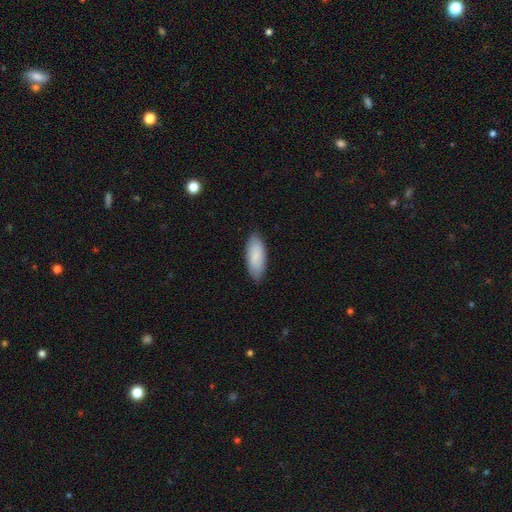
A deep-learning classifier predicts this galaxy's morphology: Smooth or featured? Predicted: smooth (p=0.83). How rounded? Predicted: in between (p=0.78). Merging? Predicted: none (p=0.86).